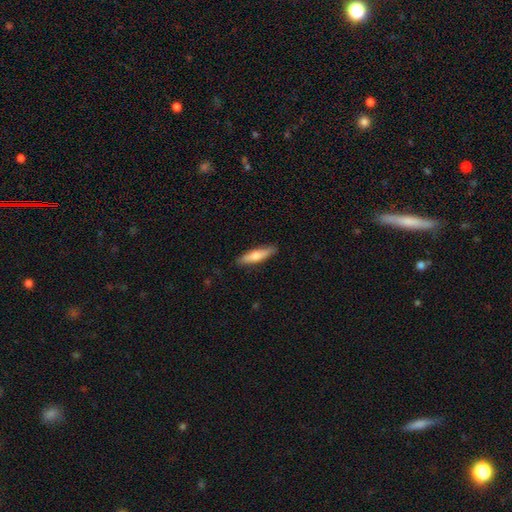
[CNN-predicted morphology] This is likely a smooth galaxy (63%). How rounded: likely cigar-shaped (74%). Merging: clearly none (88%).